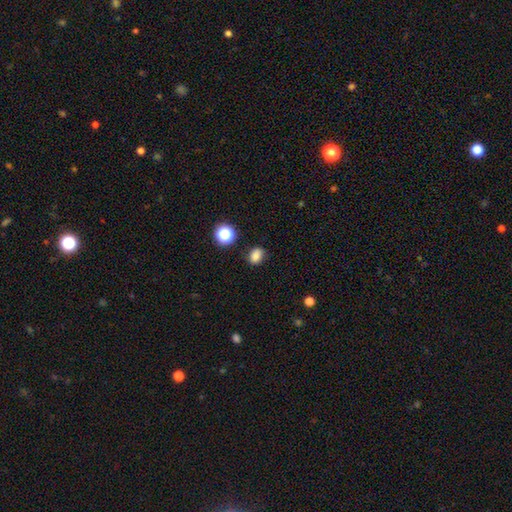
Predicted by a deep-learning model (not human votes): smooth 81%, star or artifact 13%, featured or disk 5%. Down the decision tree: how rounded — in between (61%); merging — none (80%).